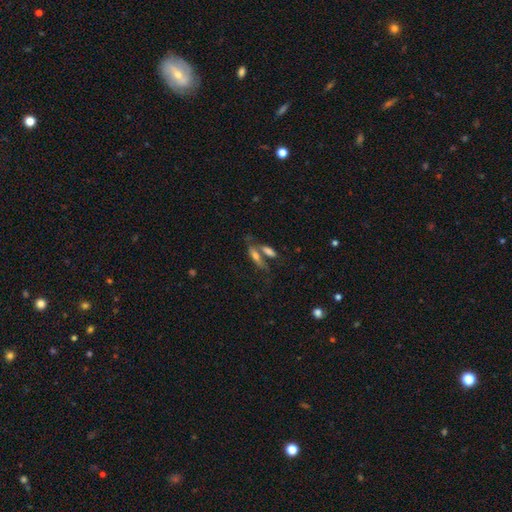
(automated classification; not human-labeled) Smooth or featured?
  - featured or disk: 43% *
  - smooth: 33%
  - star or artifact: 24%
Merging?
  - none: 48% *
  - merger: 30%
  - minor disturbance: 12%
  - major disturbance: 10%